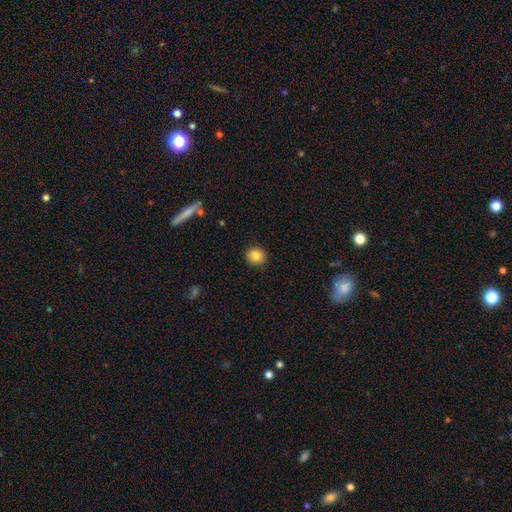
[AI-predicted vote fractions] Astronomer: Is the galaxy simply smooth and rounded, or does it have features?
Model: smooth — 85%.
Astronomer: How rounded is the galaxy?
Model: round — 88%.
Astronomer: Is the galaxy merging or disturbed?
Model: none — 91%.